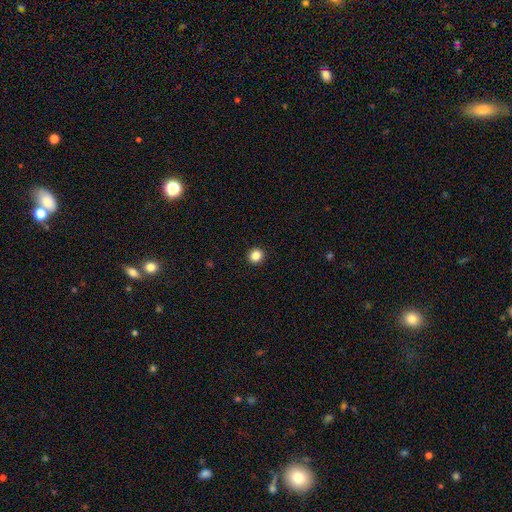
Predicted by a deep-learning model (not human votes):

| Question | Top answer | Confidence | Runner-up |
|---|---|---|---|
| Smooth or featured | smooth | 85% | star or artifact (11%) |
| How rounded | round | 91% | in between (8%) |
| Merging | none | 93% | minor disturbance (4%) |